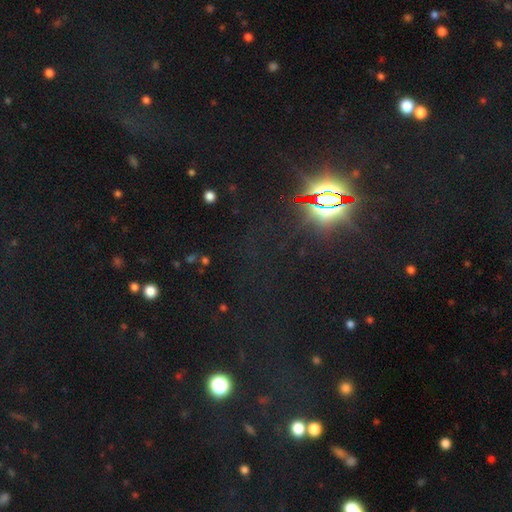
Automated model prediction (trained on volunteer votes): star or artifact 79%, smooth 13%, featured or disk 8%.